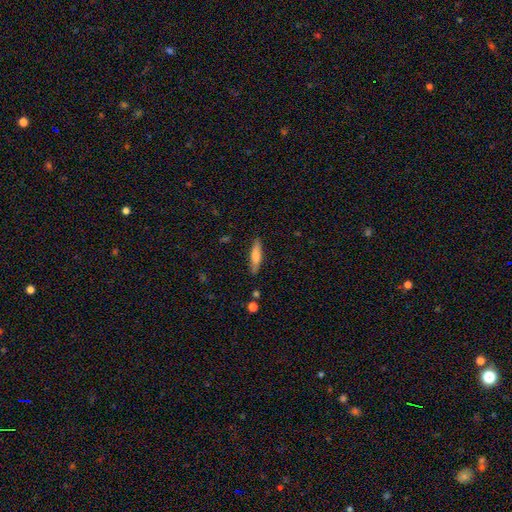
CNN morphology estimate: Overall: smooth (68%). How rounded: cigar-shaped (77%). Merging: none (84%).